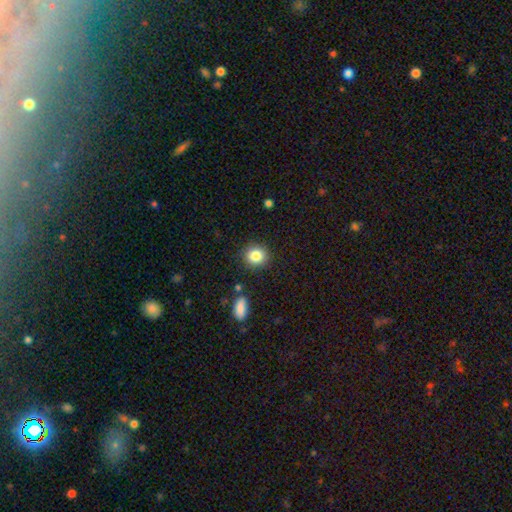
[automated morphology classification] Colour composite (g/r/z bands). It shows a smooth galaxy with no disk features (85%) that is round (86%). Merging: none (87%).